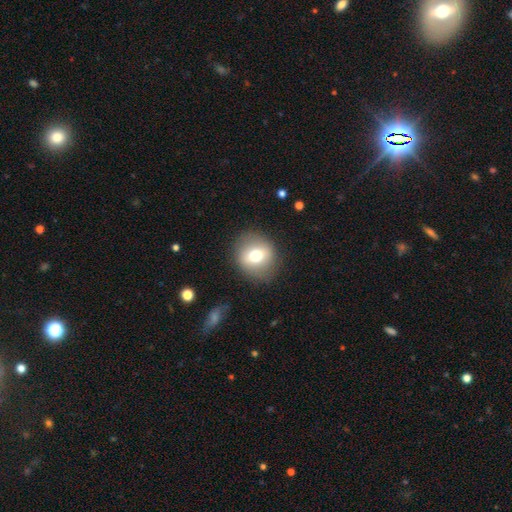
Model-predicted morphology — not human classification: Q: Smooth or featured?
A: smooth (67%); runner-up: featured or disk (23%)
Q: How rounded?
A: round (79%); runner-up: in between (20%)
Q: Merging?
A: none (85%); runner-up: minor disturbance (10%)